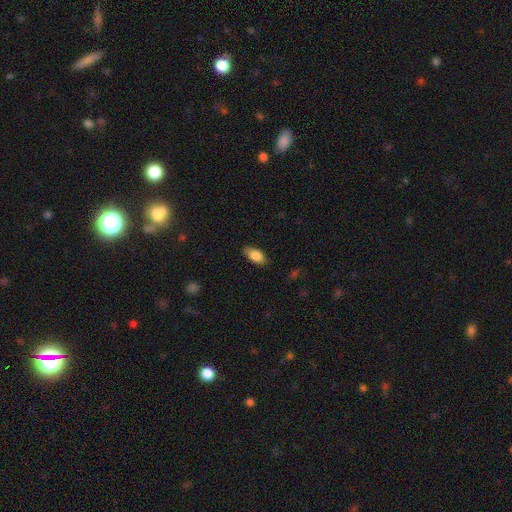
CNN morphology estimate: Smooth or featured?
  - smooth: 84% *
  - featured or disk: 9%
  - star or artifact: 7%
How rounded?
  - in between: 90% *
  - cigar-shaped: 6%
  - round: 4%
Merging?
  - none: 82% *
  - minor disturbance: 14%
  - major disturbance: 3%
  - merger: 1%